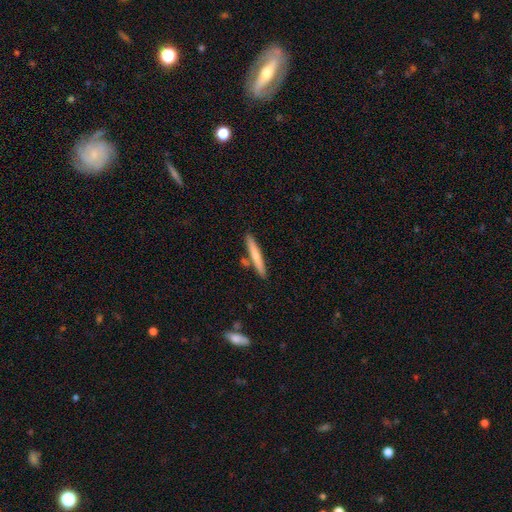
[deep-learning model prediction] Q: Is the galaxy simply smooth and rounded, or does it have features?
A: smooth — 65%.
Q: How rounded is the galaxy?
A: cigar-shaped — 94%.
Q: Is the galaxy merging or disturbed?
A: none — 80%.